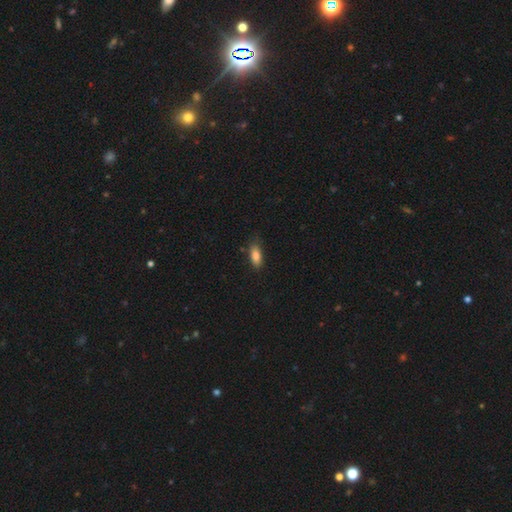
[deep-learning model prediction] smooth-or-featured: smooth: 85% | star or artifact: 8% | featured or disk: 7%
  how-rounded: in between: 81% | cigar-shaped: 17% | round: 3%
  merging: none: 74% | minor disturbance: 20% | major disturbance: 4% | merger: 2%